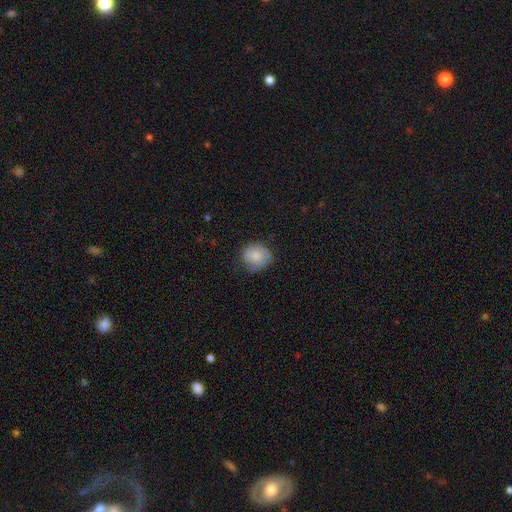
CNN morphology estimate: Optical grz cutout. It shows a smooth galaxy with no disk features (78%) that is round (79%). Merging: none (67%).